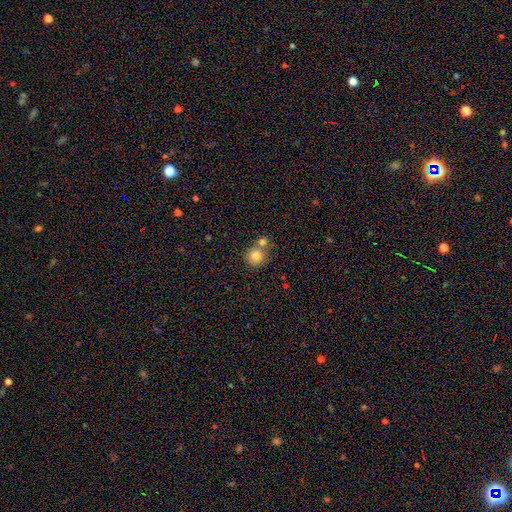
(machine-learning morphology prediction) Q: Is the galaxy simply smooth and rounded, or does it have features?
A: smooth — 81%.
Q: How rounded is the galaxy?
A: round — 89%.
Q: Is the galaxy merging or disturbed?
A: none — 52%.